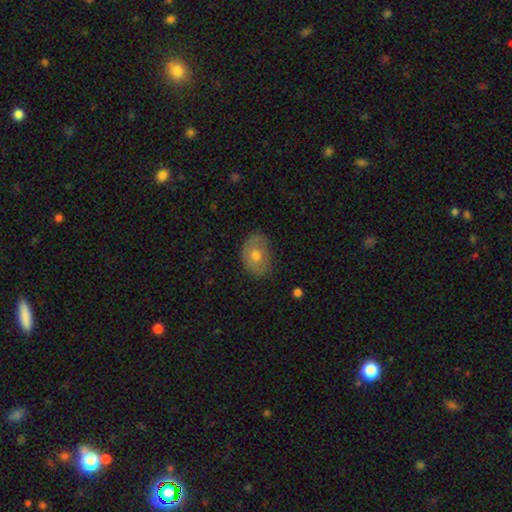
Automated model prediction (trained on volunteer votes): Smooth or featured?
  - smooth: 65% *
  - featured or disk: 27%
  - star or artifact: 8%
How rounded?
  - in between: 72% *
  - round: 27%
  - cigar-shaped: 1%
Merging?
  - none: 69% *
  - minor disturbance: 23%
  - major disturbance: 6%
  - merger: 1%